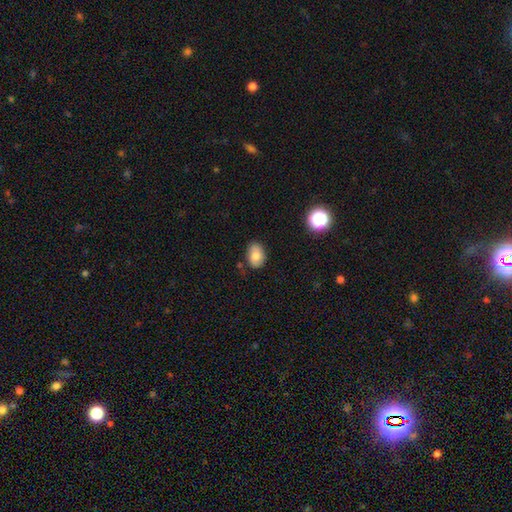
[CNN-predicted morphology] Q: Smooth or featured?
A: smooth (78%); runner-up: featured or disk (12%)
Q: How rounded?
A: in between (81%); runner-up: round (18%)
Q: Merging?
A: none (76%); runner-up: minor disturbance (19%)